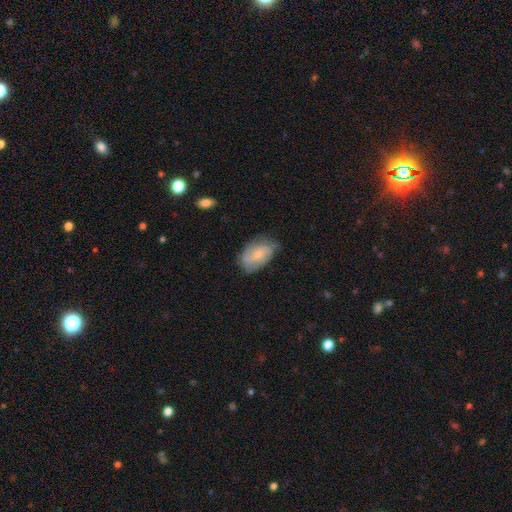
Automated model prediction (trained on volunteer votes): smooth_or_featured: featured or disk (p=0.50) [alt: smooth p=0.43]
disk_edge_on: no (p=0.96) [alt: yes p=0.04]
merging: none (p=0.63) [alt: minor disturbance p=0.28]